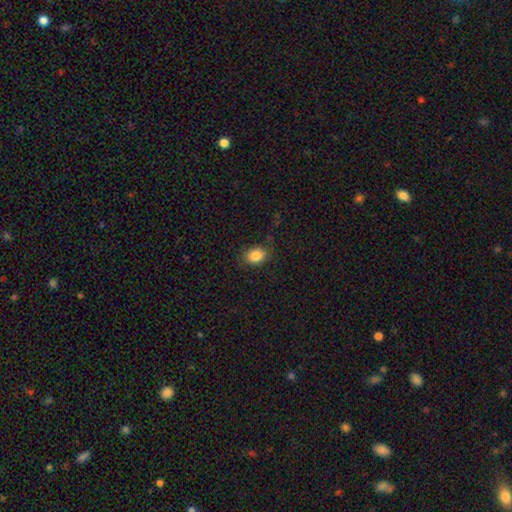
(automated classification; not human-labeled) Smooth or featured: smooth — 85% (star or artifact — 9%)
How rounded: in between — 58% (round — 41%)
Merging: none — 81% (minor disturbance — 14%)